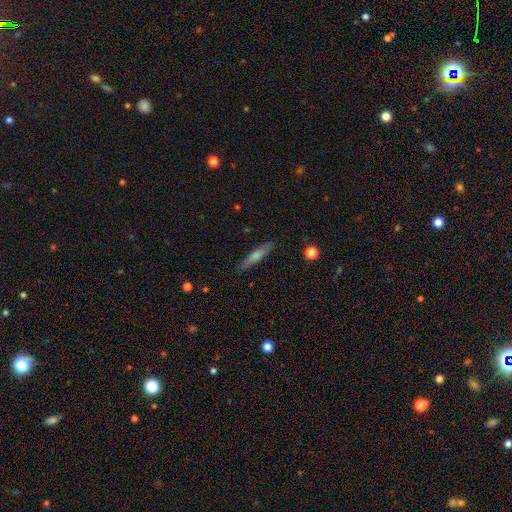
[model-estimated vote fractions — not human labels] A smooth galaxy with no disk features (50%) that is cigar-shaped (92%).

Vote fractions:
- Smooth or featured? smooth: 50% / featured or disk: 43% / star or artifact: 7%
- How rounded? cigar-shaped: 92% / in between: 7% / round: 2%
- Merging? none: 89% / minor disturbance: 8% / major disturbance: 2% / merger: 1%